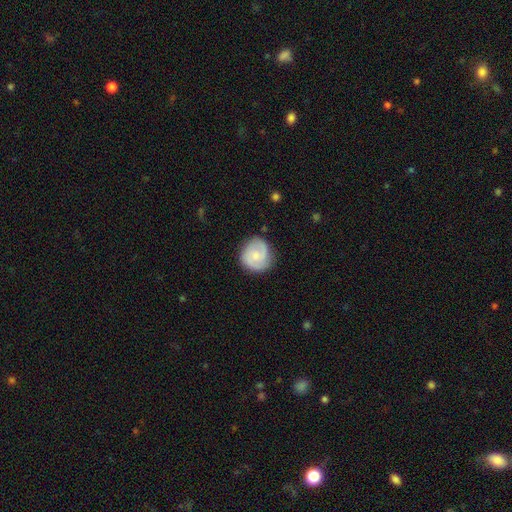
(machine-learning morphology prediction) featured or disk 53%, smooth 41%, star or artifact 6%. Down the decision tree: edge-on disk — no (98%); bar — no (67%); spiral arms — yes (90%); bulge size — small (57%); merging — none (79%).